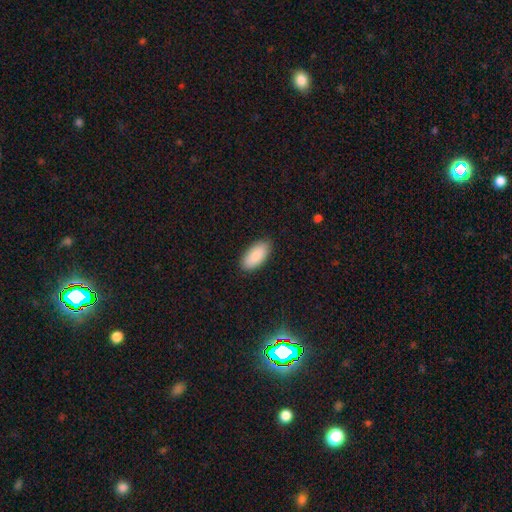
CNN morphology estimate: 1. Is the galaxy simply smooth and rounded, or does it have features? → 88% smooth, 6% featured or disk, 6% star or artifact.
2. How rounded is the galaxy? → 93% in between, 5% cigar-shaped, 2% round.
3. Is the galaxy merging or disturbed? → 87% none, 10% minor disturbance, 2% major disturbance, 1% merger.